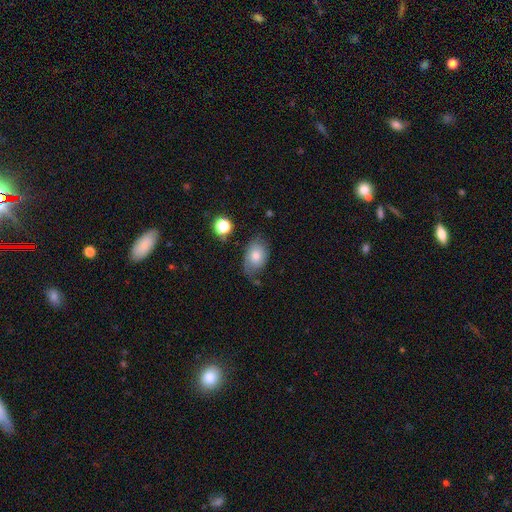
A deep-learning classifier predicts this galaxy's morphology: Smooth or featured? Predicted: smooth (p=0.68). How rounded? Predicted: in between (p=0.81). Merging? Predicted: none (p=0.57).